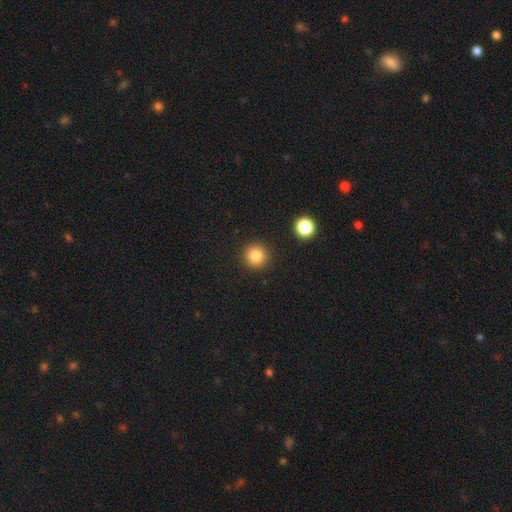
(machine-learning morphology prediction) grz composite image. It shows a smooth galaxy with no disk features (84%) that is round (94%). Merging: none (90%).